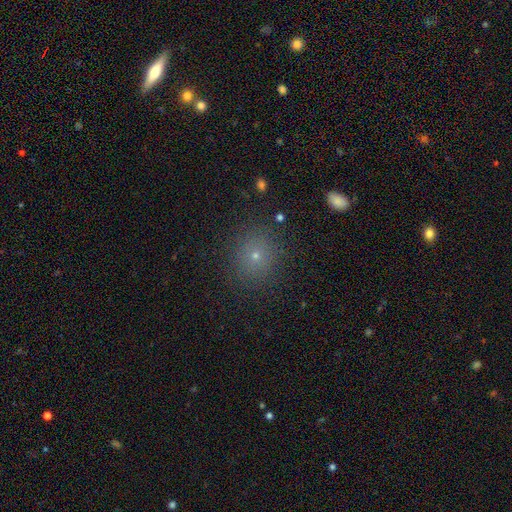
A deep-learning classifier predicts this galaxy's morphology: This appears to be a smooth galaxy with no disk features (68%) that is round (85%). Merging: none (87%).